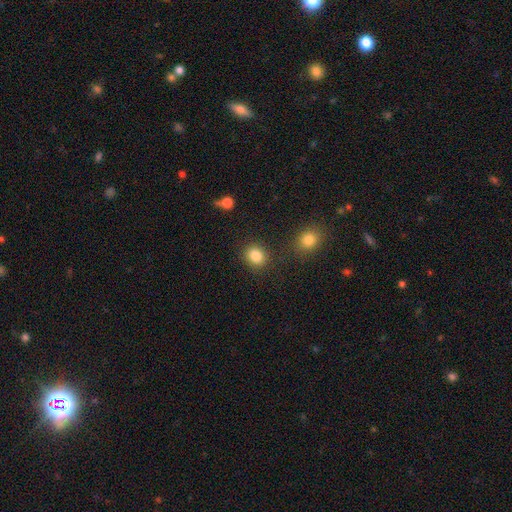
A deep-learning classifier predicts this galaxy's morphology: smooth-or-featured: smooth: 86% | star or artifact: 10% | featured or disk: 5%
  how-rounded: round: 65% | in between: 34% | cigar-shaped: 1%
  merging: none: 83% | minor disturbance: 9% | merger: 4% | major disturbance: 3%